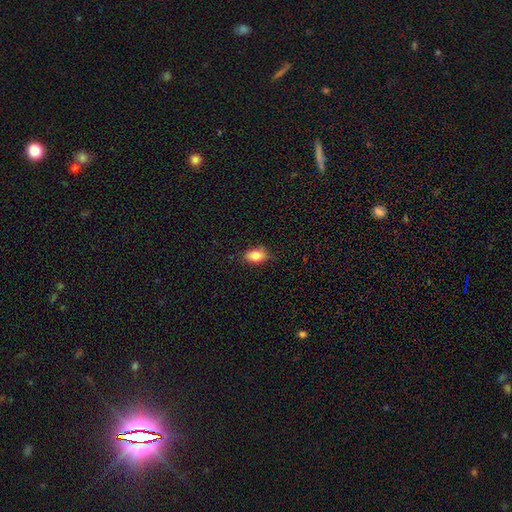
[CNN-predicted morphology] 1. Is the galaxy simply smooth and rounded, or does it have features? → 83% smooth, 9% featured or disk, 9% star or artifact.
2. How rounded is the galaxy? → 86% in between, 11% round, 3% cigar-shaped.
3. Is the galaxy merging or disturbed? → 76% none, 19% minor disturbance, 3% major disturbance, 1% merger.